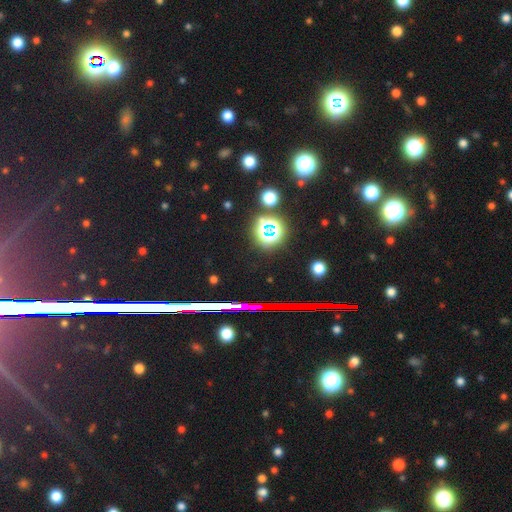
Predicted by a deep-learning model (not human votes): smooth_or_featured: star or artifact (p=0.75) [alt: smooth p=0.14]